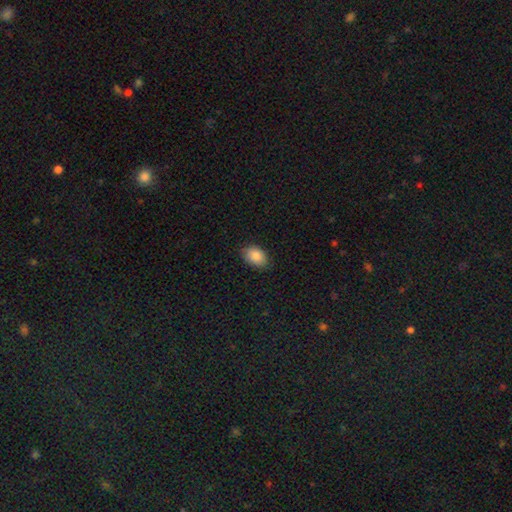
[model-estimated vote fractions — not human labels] Smooth or featured: smooth — 87% (star or artifact — 7%)
How rounded: in between — 86% (round — 13%)
Merging: none — 84% (minor disturbance — 12%)